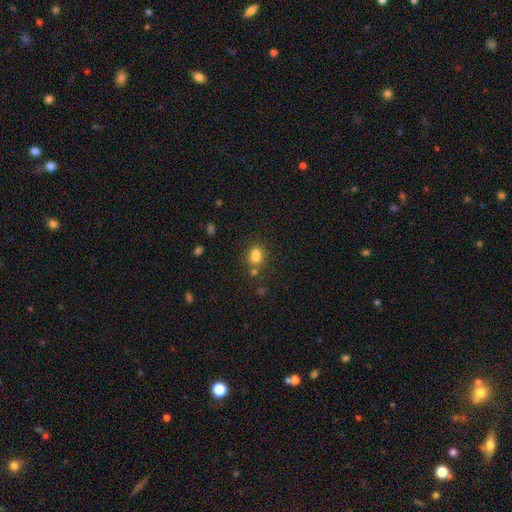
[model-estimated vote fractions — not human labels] Q: Smooth or featured?
A: smooth (75%); runner-up: star or artifact (14%)
Q: How rounded?
A: in between (51%); runner-up: round (47%)
Q: Merging?
A: none (48%); runner-up: merger (34%)